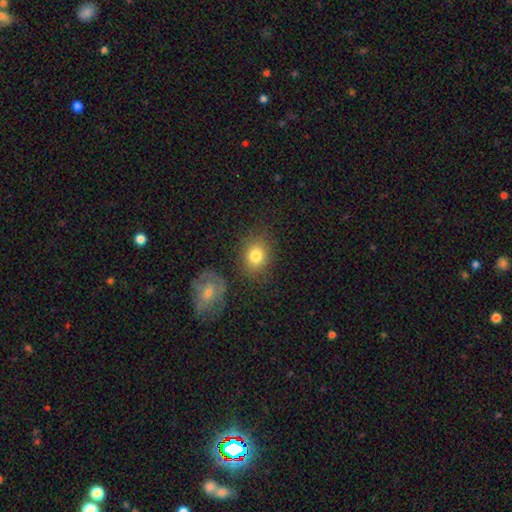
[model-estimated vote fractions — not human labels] A smooth galaxy with no disk features (79%) that is round (52%).

Vote fractions:
- Smooth or featured? smooth: 79% / featured or disk: 11% / star or artifact: 10%
- How rounded? round: 52% / in between: 46% / cigar-shaped: 1%
- Merging? none: 75% / minor disturbance: 14% / merger: 5% / major disturbance: 5%